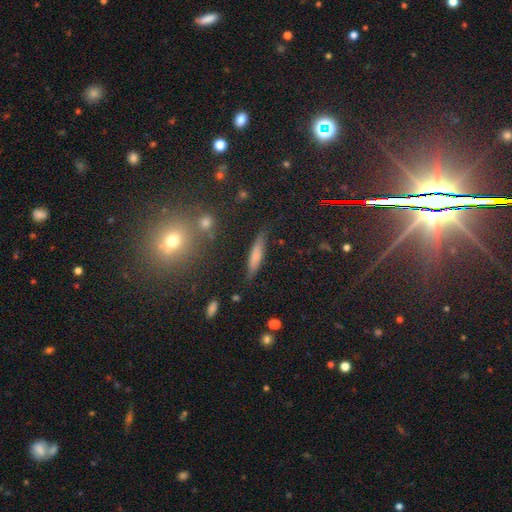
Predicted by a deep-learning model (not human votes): Smooth or featured?
  - smooth: 64% *
  - featured or disk: 27%
  - star or artifact: 10%
How rounded?
  - cigar-shaped: 85% *
  - in between: 13%
  - round: 3%
Merging?
  - none: 80% *
  - minor disturbance: 14%
  - major disturbance: 3%
  - merger: 3%